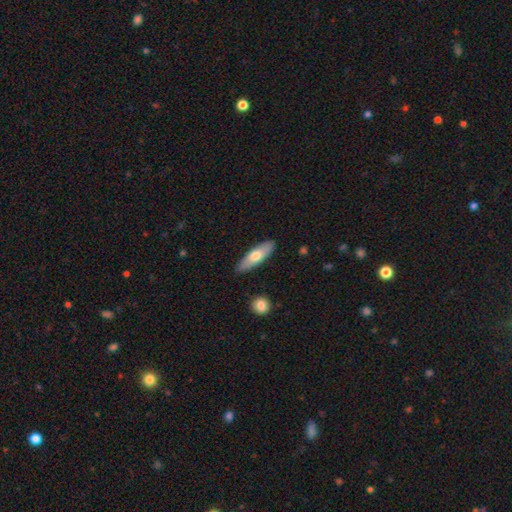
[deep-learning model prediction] Smooth or featured?
  - smooth: 67% *
  - featured or disk: 28%
  - star or artifact: 5%
How rounded?
  - in between: 51% *
  - cigar-shaped: 47%
  - round: 2%
Merging?
  - none: 87% *
  - minor disturbance: 10%
  - major disturbance: 2%
  - merger: 2%